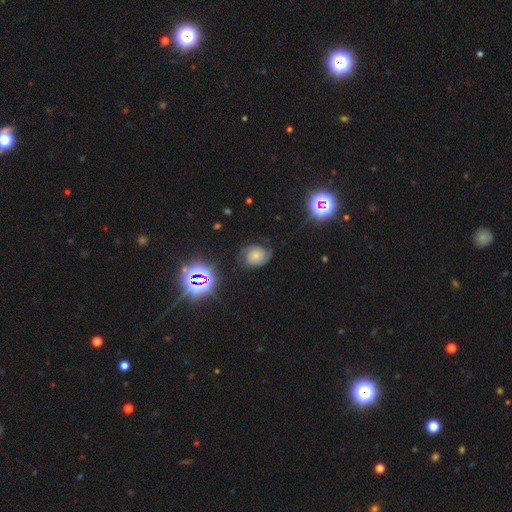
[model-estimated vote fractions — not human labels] Q: Smooth or featured?
A: featured or disk (71%); runner-up: smooth (15%)
Q: Edge-on disk?
A: no (98%); runner-up: yes (2%)
Q: Bar?
A: no (77%); runner-up: weak (18%)
Q: Spiral arms?
A: yes (96%); runner-up: no (4%)
Q: Spiral winding?
A: tight (48%); runner-up: medium (40%)
Q: Spiral arm count?
A: 2 (83%); runner-up: can't tell (7%)
Q: Bulge size?
A: small (52%); runner-up: moderate (32%)
Q: Merging?
A: none (72%); runner-up: minor disturbance (18%)